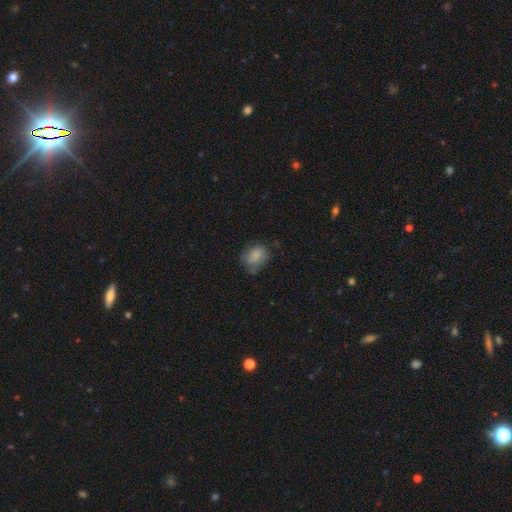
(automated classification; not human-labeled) Smooth or featured? Predicted: smooth (p=0.80). How rounded? Predicted: in between (p=0.53). Merging? Predicted: none (p=0.59).